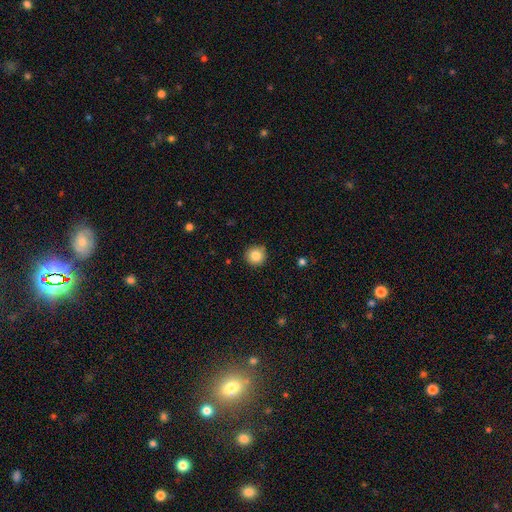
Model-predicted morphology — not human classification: A smooth galaxy with no disk features (84%) that is round (94%).

Vote fractions:
- Smooth or featured? smooth: 84% / star or artifact: 10% / featured or disk: 6%
- How rounded? round: 94% / in between: 5% / cigar-shaped: 1%
- Merging? none: 88% / minor disturbance: 9% / major disturbance: 2% / merger: 1%